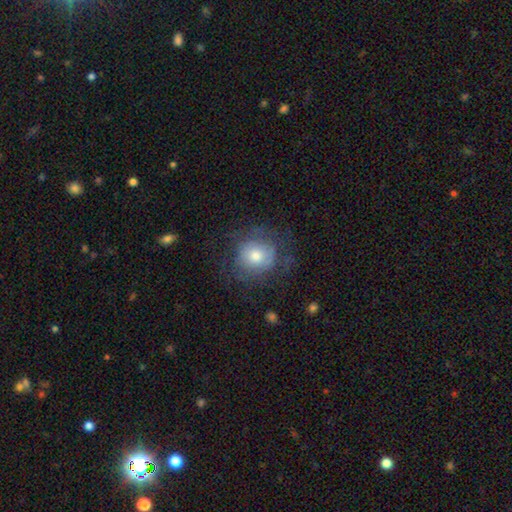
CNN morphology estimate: Q: Smooth or featured?
A: smooth (60%); runner-up: featured or disk (30%)
Q: How rounded?
A: round (84%); runner-up: in between (15%)
Q: Merging?
A: none (66%); runner-up: minor disturbance (18%)